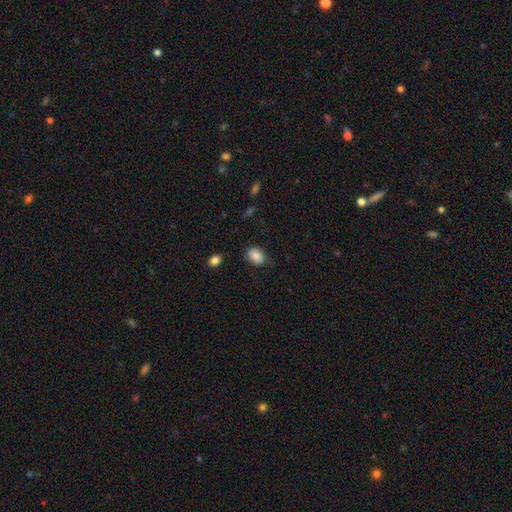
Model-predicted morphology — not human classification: The model was most divided on "how rounded": in between: 69%, round: 30%, cigar-shaped: 1%. More confident: smooth or featured — smooth (84%); merging — none (76%).